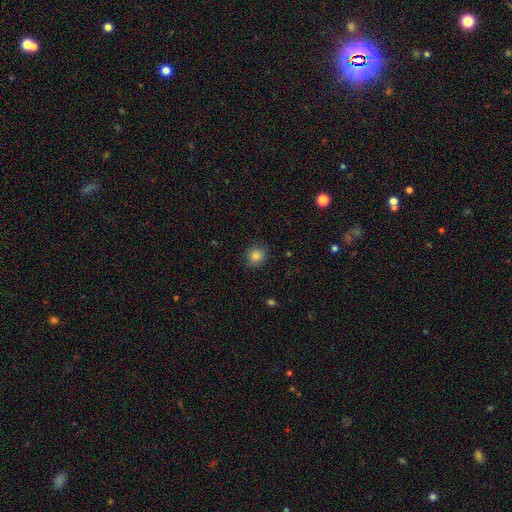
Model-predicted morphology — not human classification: A smooth galaxy with no disk features (83%) that is round (82%).

Vote fractions:
- Smooth or featured? smooth: 83% / star or artifact: 11% / featured or disk: 6%
- How rounded? round: 82% / in between: 17% / cigar-shaped: 1%
- Merging? none: 87% / minor disturbance: 9% / major disturbance: 2% / merger: 1%